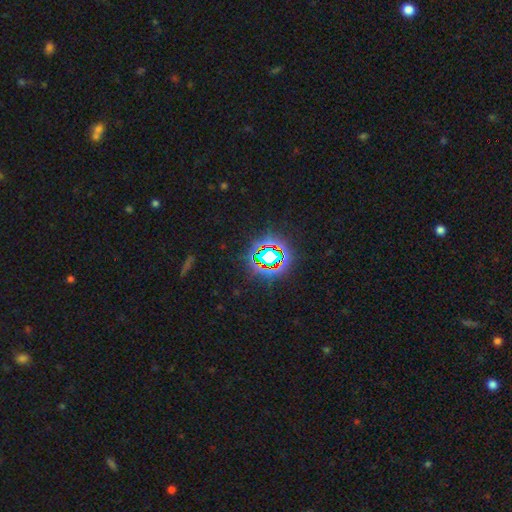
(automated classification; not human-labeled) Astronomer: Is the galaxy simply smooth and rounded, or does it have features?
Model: star or artifact — 76%.